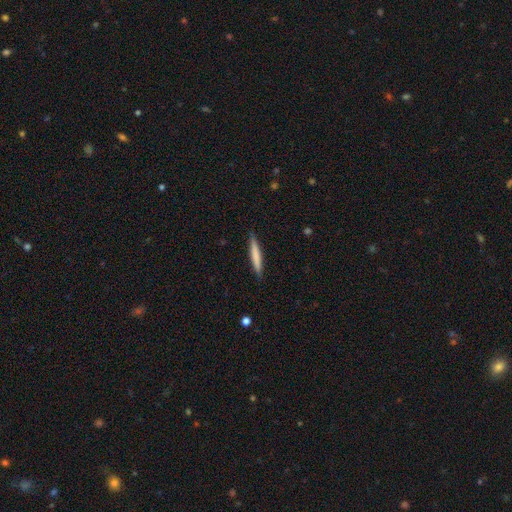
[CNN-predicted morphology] Overall: smooth (69%). How rounded: cigar-shaped (95%). Merging: none (90%).